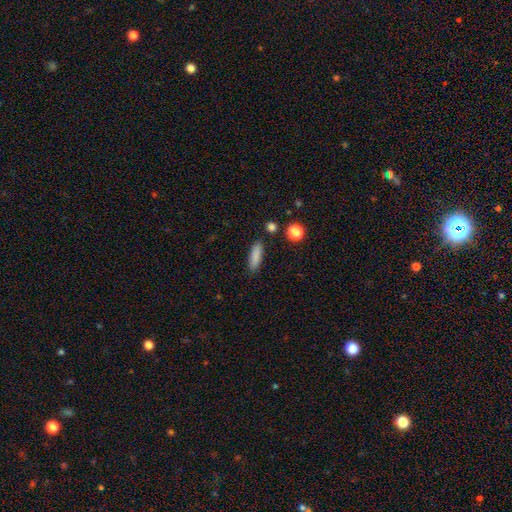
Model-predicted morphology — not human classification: Smooth or featured? Predicted: smooth (p=0.86). How rounded? Predicted: cigar-shaped (p=0.52). Merging? Predicted: none (p=0.86).